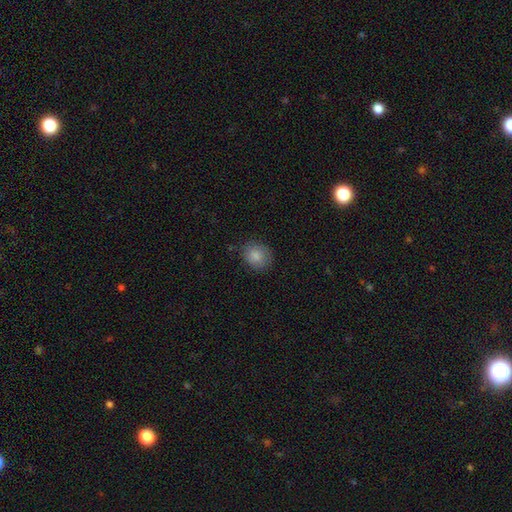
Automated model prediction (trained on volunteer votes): This is clearly a smooth galaxy (85%). How rounded: likely round (64%). Merging: likely none (80%).